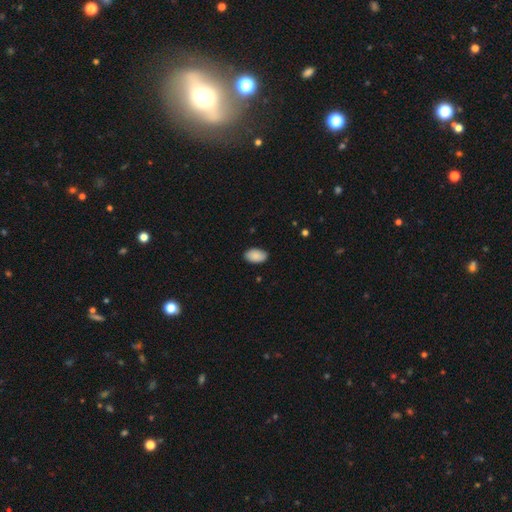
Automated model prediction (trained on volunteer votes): Smooth or featured? Predicted: smooth (p=0.90). How rounded? Predicted: in between (p=0.94). Merging? Predicted: none (p=0.87).